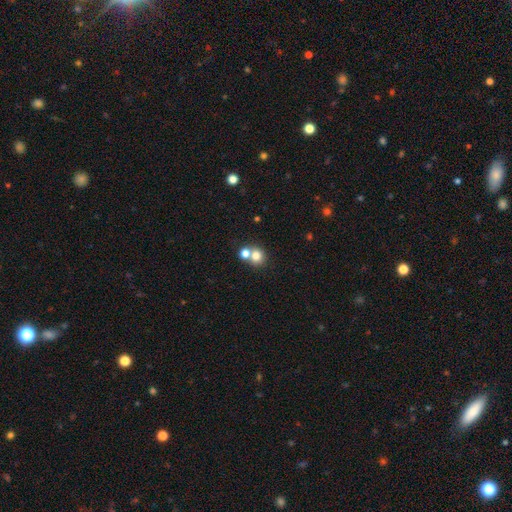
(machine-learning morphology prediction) smooth_or_featured: smooth (p=0.76) [alt: star or artifact p=0.13]
how_rounded: round (p=0.80) [alt: in between p=0.19]
merging: none (p=0.46) [alt: merger p=0.45]